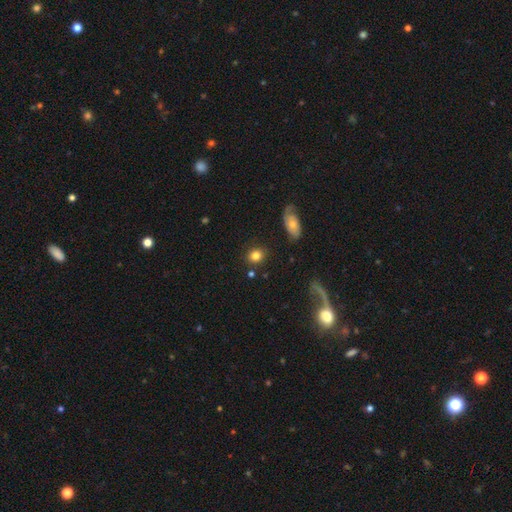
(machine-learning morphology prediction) Overall: smooth (81%). How rounded: round (70%). Merging: none (83%).